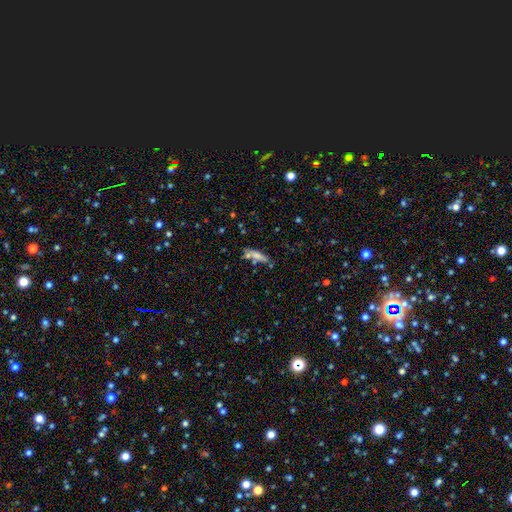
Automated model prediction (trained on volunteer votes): This is likely a smooth galaxy (70%). How rounded: likely cigar-shaped (66%). Merging: likely none (61%).